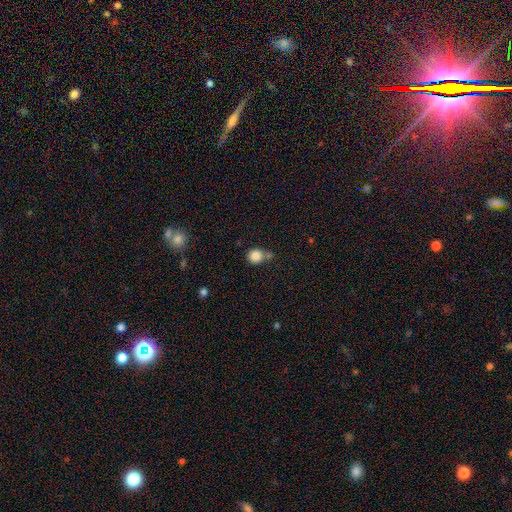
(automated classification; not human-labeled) Smooth or featured? smooth (85%)
How rounded? round (87%)
Merging? none (58%)